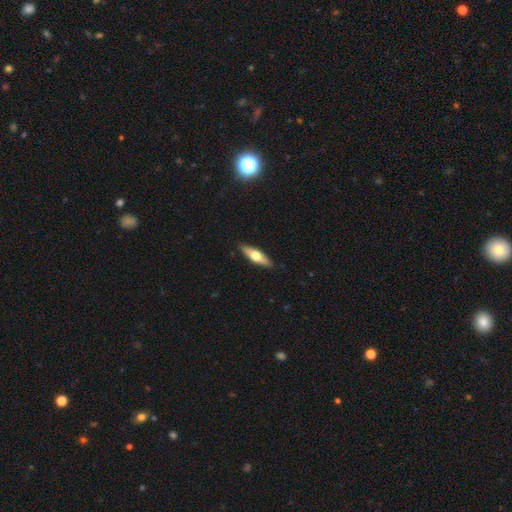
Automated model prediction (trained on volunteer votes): smooth_or_featured: featured or disk (p=0.51) [alt: smooth p=0.44]
disk_edge_on: yes (p=0.91) [alt: no p=0.09]
merging: none (p=0.89) [alt: minor disturbance p=0.08]